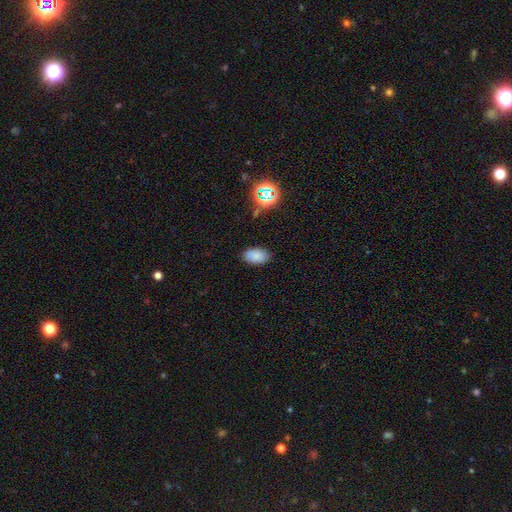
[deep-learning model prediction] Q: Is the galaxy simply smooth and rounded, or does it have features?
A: smooth — 81%.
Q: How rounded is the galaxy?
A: in between — 93%.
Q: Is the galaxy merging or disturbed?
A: none — 86%.